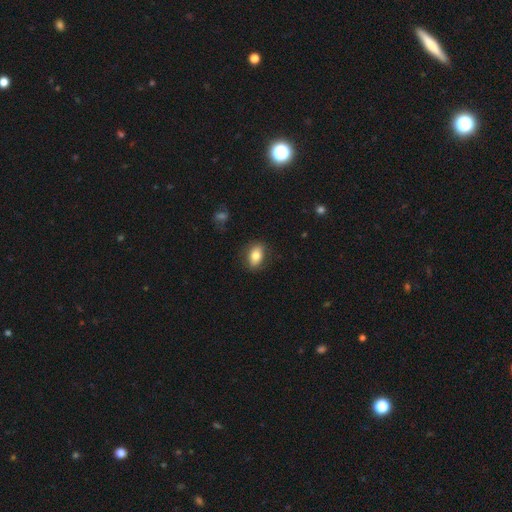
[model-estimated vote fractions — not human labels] Morphology: type=smooth (77%); roundness=in between (84%); merging=none (82%).